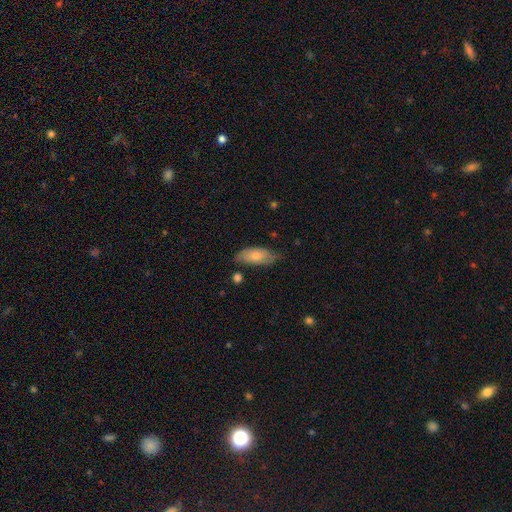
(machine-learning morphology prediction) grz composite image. It shows a smooth galaxy with no disk features (70%) that is in between round and cigar-shaped (85%). Merging: none (63%).